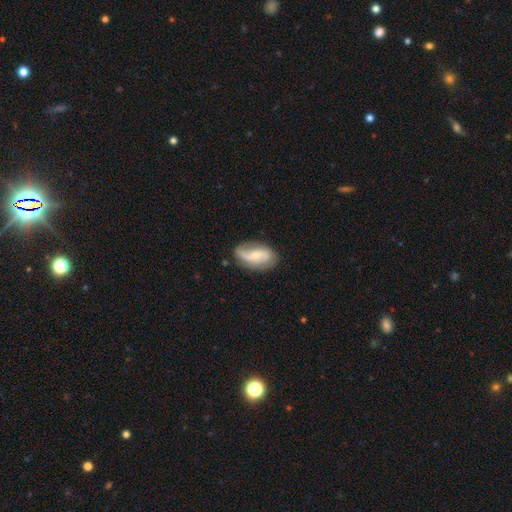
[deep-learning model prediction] Morphology: type=featured or disk (72%); edge-on=no (96%); bar=weak (42%); spiral arms=yes (90%); winding=loose (53%); arm count=2 (78%); bulge=small (54%); merging=none (70%).